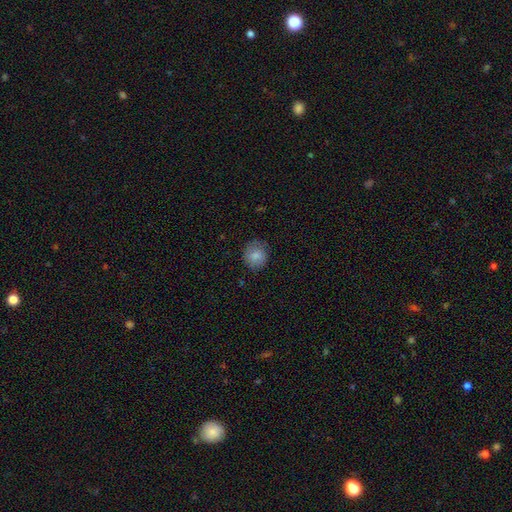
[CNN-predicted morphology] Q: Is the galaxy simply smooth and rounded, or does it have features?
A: smooth — 82%.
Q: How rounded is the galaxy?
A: round — 79%.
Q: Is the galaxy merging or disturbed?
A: none — 78%.